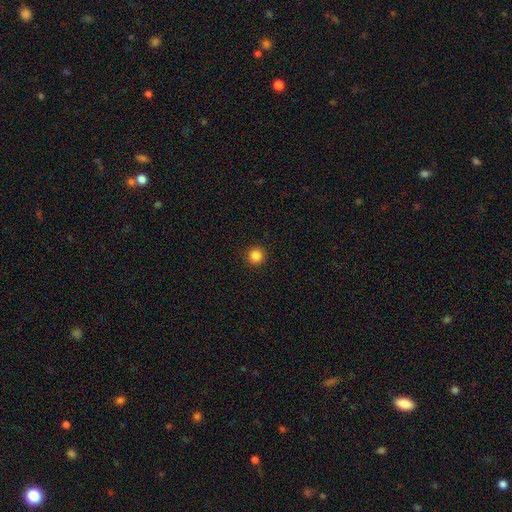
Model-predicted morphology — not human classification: smooth_or_featured: smooth (p=0.85) [alt: star or artifact p=0.11]
how_rounded: round (p=0.95) [alt: in between p=0.04]
merging: none (p=0.93) [alt: minor disturbance p=0.05]